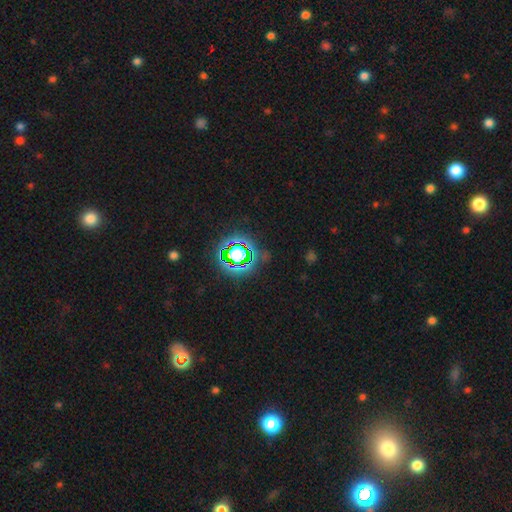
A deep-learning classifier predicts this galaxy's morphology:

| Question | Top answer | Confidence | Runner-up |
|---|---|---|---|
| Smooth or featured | star or artifact | 79% | smooth (12%) |